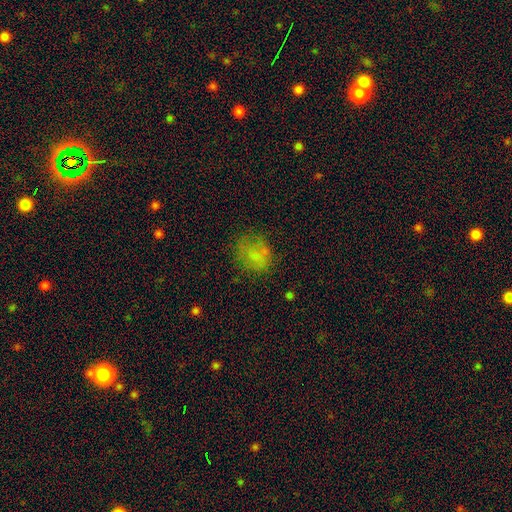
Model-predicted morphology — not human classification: smooth-or-featured: smooth: 68% | featured or disk: 17% | star or artifact: 15%
  how-rounded: round: 63% | in between: 36% | cigar-shaped: 1%
  merging: none: 61% | minor disturbance: 22% | major disturbance: 14% | merger: 3%